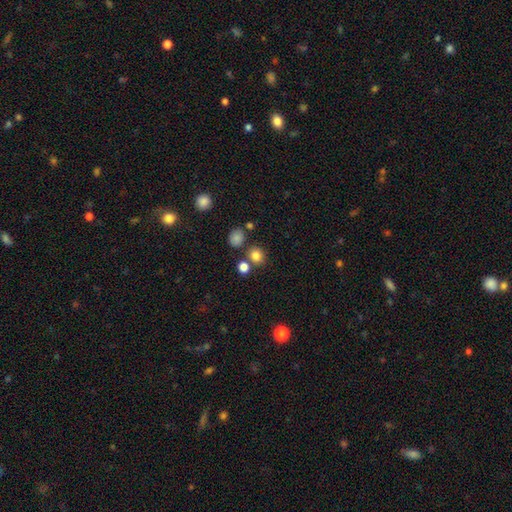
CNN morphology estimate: Overall: smooth (81%). How rounded: round (81%). Merging: none (75%).